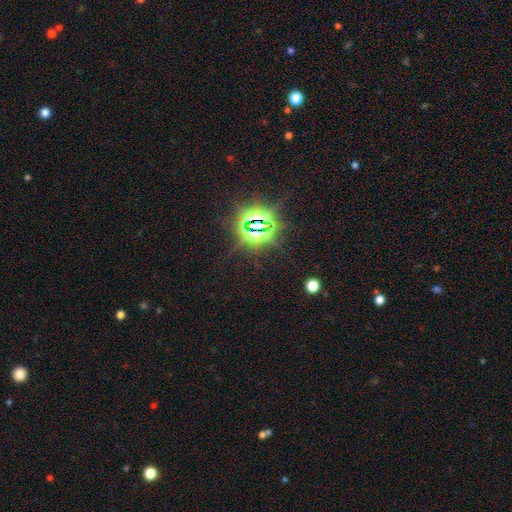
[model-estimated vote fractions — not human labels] A star or artifact, not a galaxy (84%).

Vote fractions:
- Smooth or featured? star or artifact: 84% / smooth: 10% / featured or disk: 6%